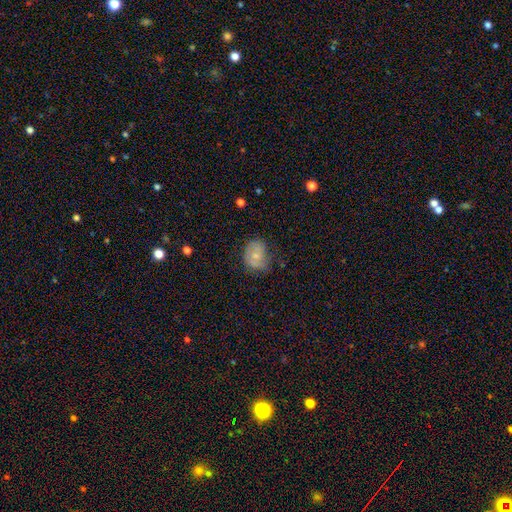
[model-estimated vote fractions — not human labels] Overall: smooth (54%; featured or disk 38%). How rounded: in between (54%; round 44%). Merging: none (52%; minor disturbance 33%).